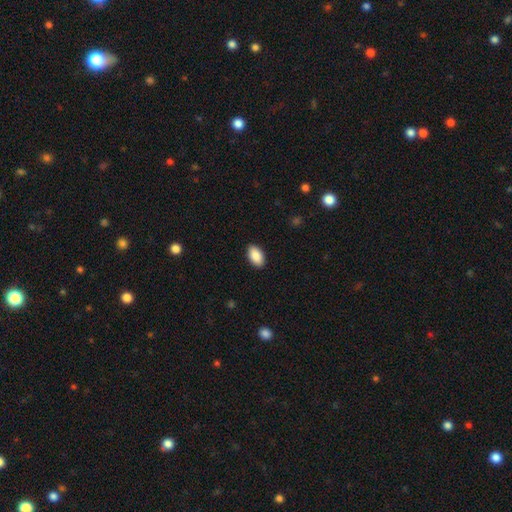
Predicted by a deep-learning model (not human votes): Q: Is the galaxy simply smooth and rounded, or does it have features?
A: smooth — 90%.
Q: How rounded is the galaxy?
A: in between — 94%.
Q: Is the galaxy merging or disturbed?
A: none — 89%.